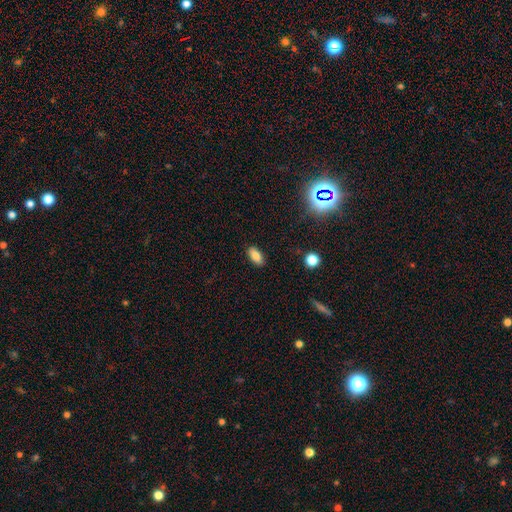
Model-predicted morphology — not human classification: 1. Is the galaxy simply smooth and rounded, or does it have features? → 82% smooth, 10% star or artifact, 8% featured or disk.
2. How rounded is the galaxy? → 89% in between, 7% cigar-shaped, 4% round.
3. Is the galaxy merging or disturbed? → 89% none, 8% minor disturbance, 2% major disturbance, 1% merger.